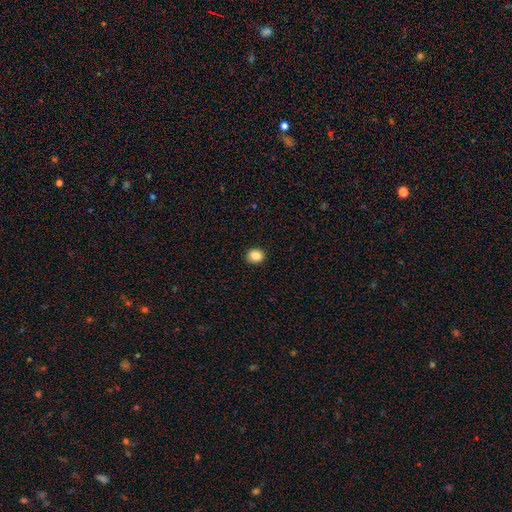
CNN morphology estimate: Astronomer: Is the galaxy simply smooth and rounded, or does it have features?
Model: smooth — 86%.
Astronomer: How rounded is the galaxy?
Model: round — 61% (runner-up: in between, 38%).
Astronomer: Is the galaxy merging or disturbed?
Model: none — 90%.